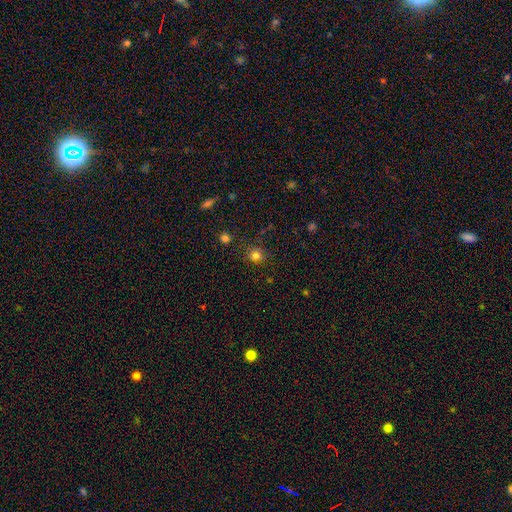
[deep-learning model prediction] This is likely a smooth galaxy (78%). How rounded: clearly round (84%). Merging: clearly none (81%).